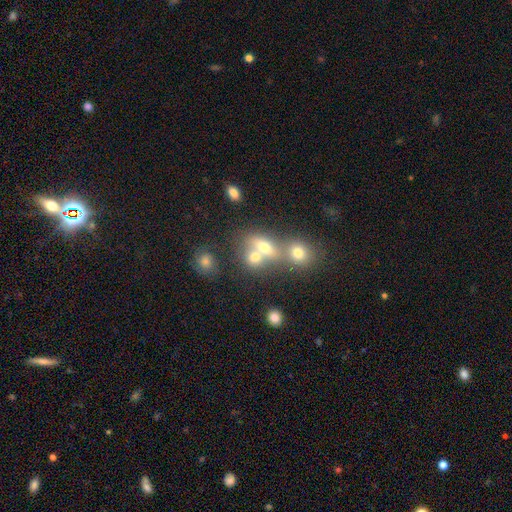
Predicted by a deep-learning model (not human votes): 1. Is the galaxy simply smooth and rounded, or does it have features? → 55% smooth, 23% featured or disk, 22% star or artifact.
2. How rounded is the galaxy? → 52% round, 43% in between, 4% cigar-shaped.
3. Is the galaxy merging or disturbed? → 55% merger, 32% none, 8% minor disturbance, 5% major disturbance.